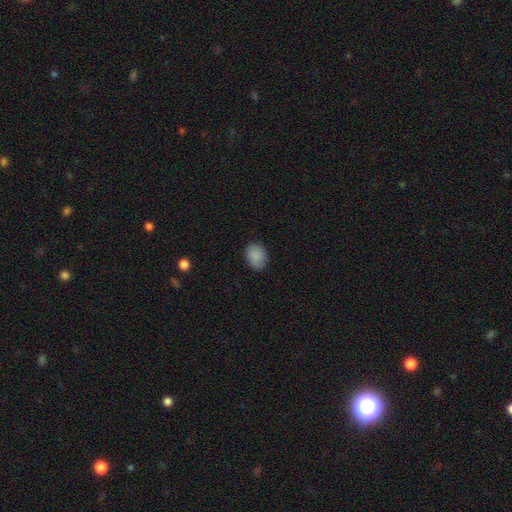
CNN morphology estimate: This is clearly a smooth galaxy (88%). How rounded: likely in between (70%). Merging: clearly none (84%).